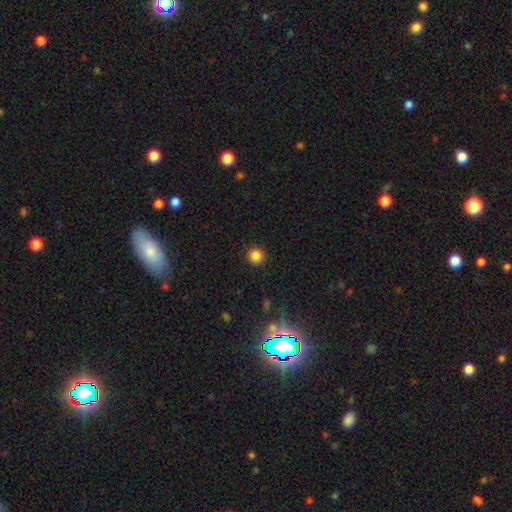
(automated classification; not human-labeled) This is clearly a smooth galaxy (84%). How rounded: clearly round (94%). Merging: clearly none (92%).